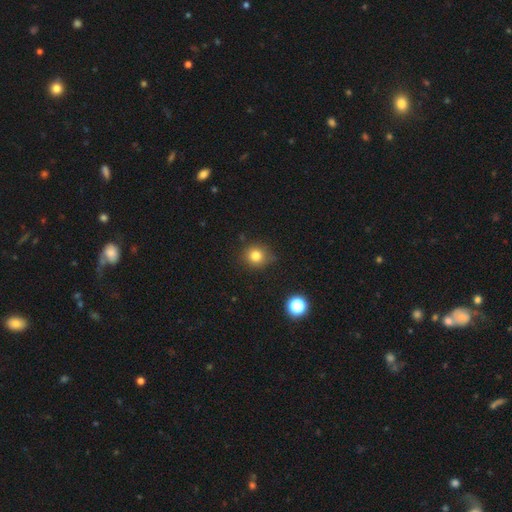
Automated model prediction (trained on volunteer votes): Smooth or featured: smooth — 80% (star or artifact — 13%)
How rounded: round — 88% (in between — 11%)
Merging: none — 82% (minor disturbance — 13%)